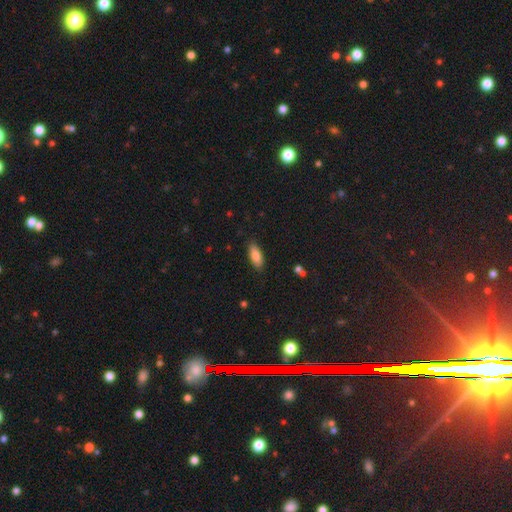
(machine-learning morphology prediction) A smooth galaxy with no disk features (84%) that is in between round and cigar-shaped (76%). Merging: none (85%).